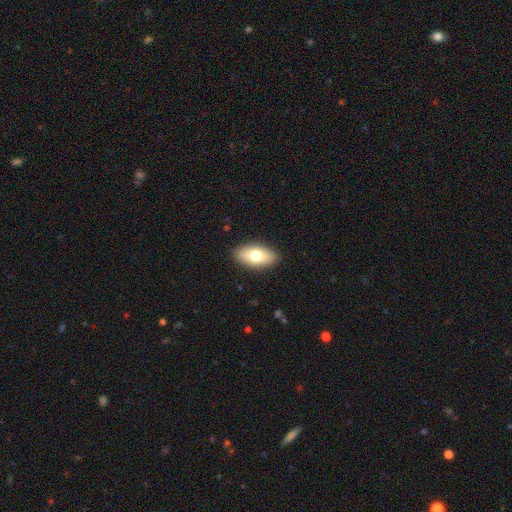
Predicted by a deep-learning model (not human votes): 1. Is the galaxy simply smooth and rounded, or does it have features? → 73% smooth, 20% featured or disk, 7% star or artifact.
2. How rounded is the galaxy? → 91% in between, 5% cigar-shaped, 4% round.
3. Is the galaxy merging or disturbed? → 89% none, 8% minor disturbance, 2% major disturbance, 1% merger.